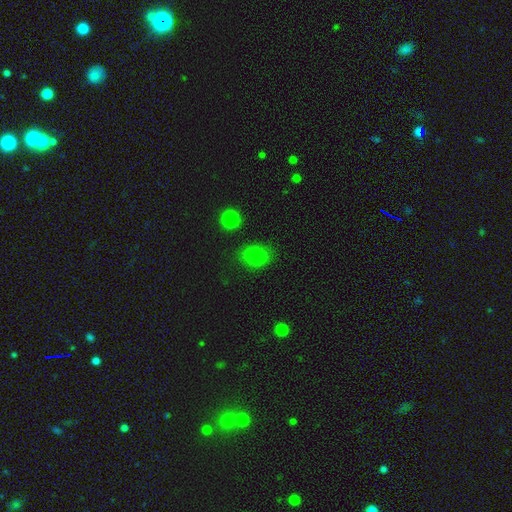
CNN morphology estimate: Smooth or featured?
  - smooth: 78% *
  - star or artifact: 13%
  - featured or disk: 9%
How rounded?
  - in between: 55% *
  - round: 43%
  - cigar-shaped: 1%
Merging?
  - none: 80% *
  - minor disturbance: 14%
  - major disturbance: 4%
  - merger: 3%